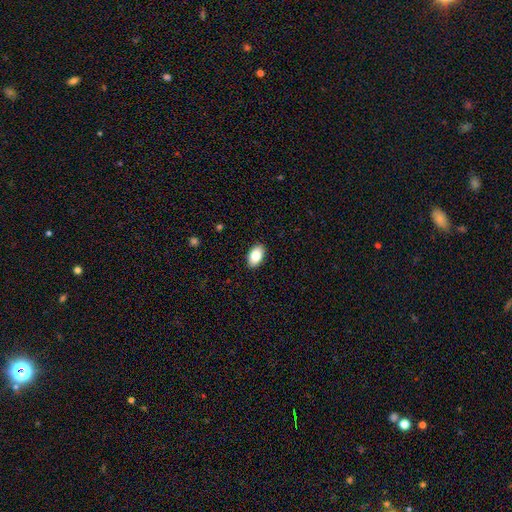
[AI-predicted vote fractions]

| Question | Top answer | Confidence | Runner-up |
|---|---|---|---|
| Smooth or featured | smooth | 83% | featured or disk (10%) |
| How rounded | in between | 93% | round (6%) |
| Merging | none | 90% | minor disturbance (7%) |